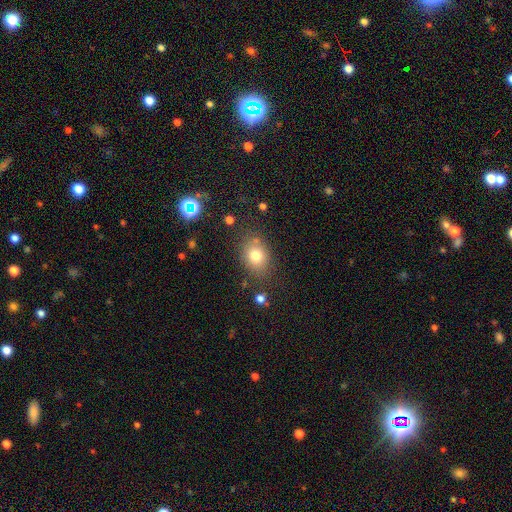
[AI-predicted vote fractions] A smooth galaxy with no disk features (77%) that is in between round and cigar-shaped (54%).

Vote fractions:
- Smooth or featured? smooth: 77% / star or artifact: 12% / featured or disk: 11%
- How rounded? in between: 54% / round: 45% / cigar-shaped: 1%
- Merging? none: 75% / minor disturbance: 15% / major disturbance: 5% / merger: 5%